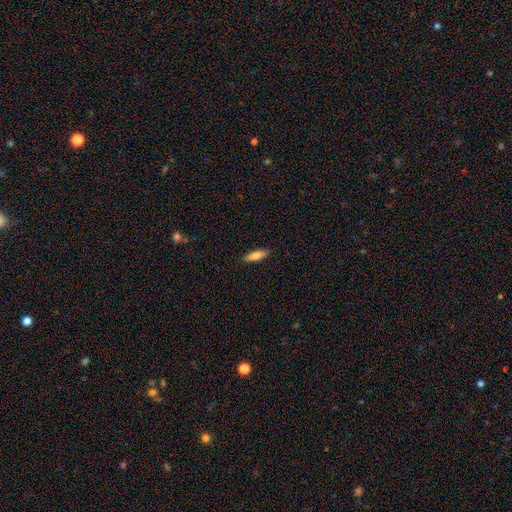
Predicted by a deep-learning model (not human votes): A smooth galaxy with no disk features (70%) that is cigar-shaped (64%). Merging: none (89%).